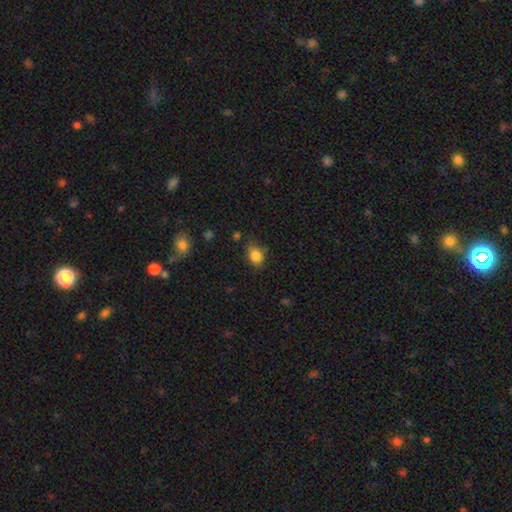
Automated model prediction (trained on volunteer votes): A smooth galaxy with no disk features (84%) that is in between round and cigar-shaped (66%).

Vote fractions:
- Smooth or featured? smooth: 84% / star or artifact: 10% / featured or disk: 6%
- How rounded? in between: 66% / round: 32% / cigar-shaped: 1%
- Merging? none: 67% / minor disturbance: 24% / major disturbance: 6% / merger: 3%